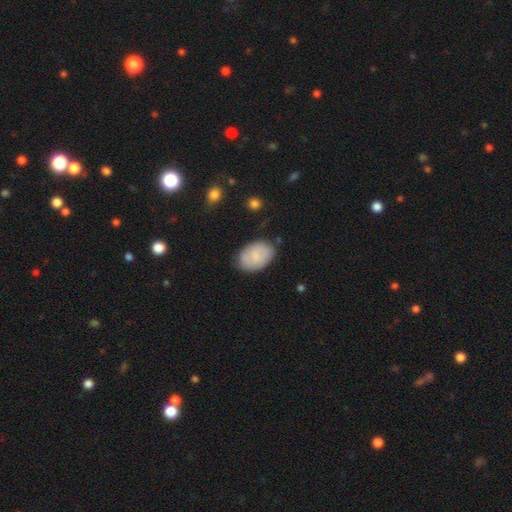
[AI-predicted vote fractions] Morphology: type=smooth (75%); roundness=in between (88%); merging=none (75%).